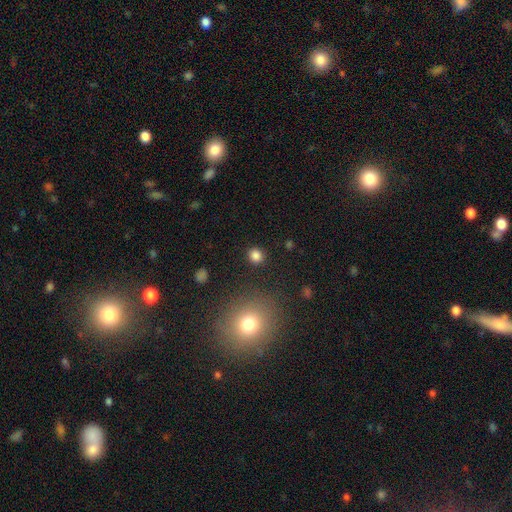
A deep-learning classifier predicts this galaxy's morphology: A smooth galaxy with no disk features (82%) that is round (85%).

Vote fractions:
- Smooth or featured? smooth: 82% / star or artifact: 13% / featured or disk: 4%
- How rounded? round: 85% / in between: 14% / cigar-shaped: 1%
- Merging? none: 89% / minor disturbance: 6% / major disturbance: 3% / merger: 2%